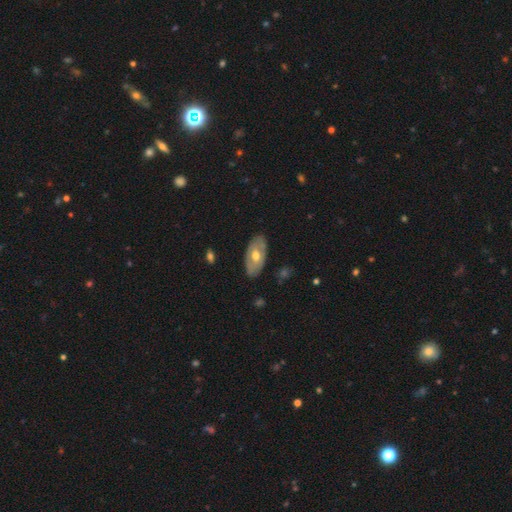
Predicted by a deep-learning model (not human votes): This is possibly a featured or disk galaxy (51%). It is clearly not viewed edge-on (84%). Merging: clearly none (82%).